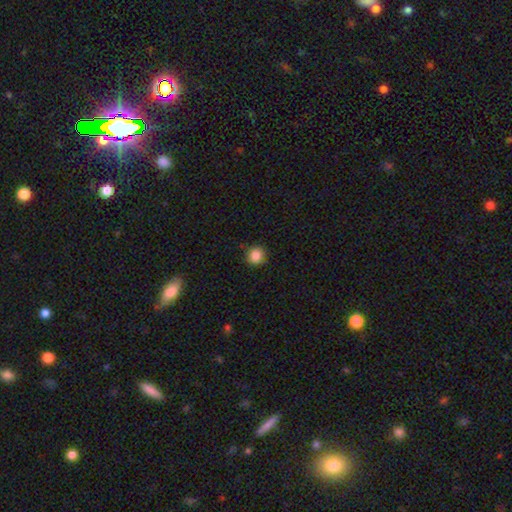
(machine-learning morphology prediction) Smooth or featured: smooth — 86% (star or artifact — 10%)
How rounded: round — 91% (in between — 8%)
Merging: none — 89% (minor disturbance — 8%)